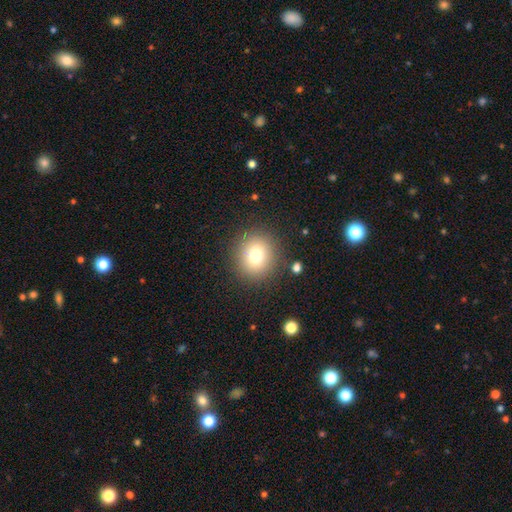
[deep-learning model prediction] The model was most divided on "smooth or featured": smooth: 76%, star or artifact: 13%, featured or disk: 11%. More confident: how rounded — round (88%); merging — none (88%).